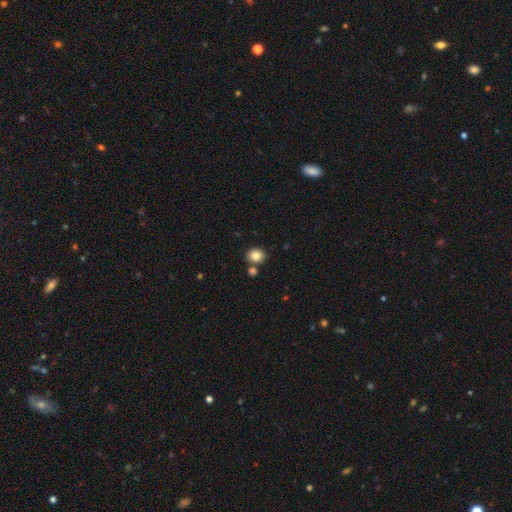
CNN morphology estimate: This appears to be a smooth galaxy with no disk features (84%) that is round (76%). Merging: none (75%).